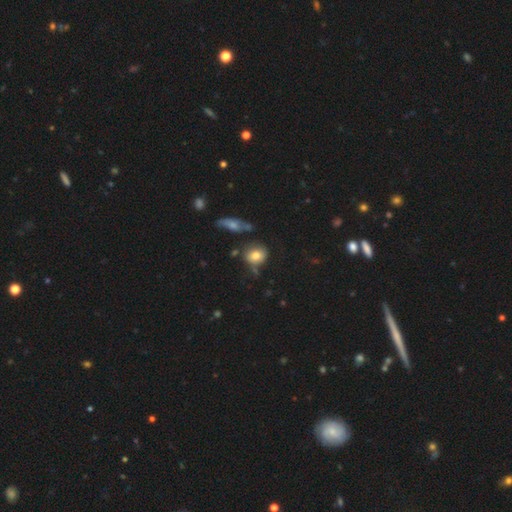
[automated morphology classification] Smooth or featured?
  - smooth: 79% *
  - featured or disk: 12%
  - star or artifact: 9%
How rounded?
  - round: 65% *
  - in between: 33%
  - cigar-shaped: 2%
Merging?
  - none: 62% *
  - minor disturbance: 21%
  - merger: 11%
  - major disturbance: 6%